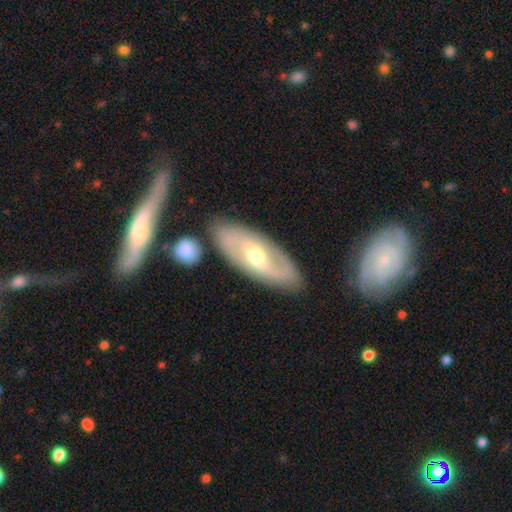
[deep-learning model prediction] Q: Smooth or featured?
A: featured or disk (67%); runner-up: smooth (27%)
Q: Edge-on disk?
A: no (87%); runner-up: yes (13%)
Q: Bar?
A: weak (47%); runner-up: no (30%)
Q: Spiral arms?
A: yes (77%); runner-up: no (23%)
Q: Bulge size?
A: moderate (64%); runner-up: small (30%)
Q: Merging?
A: none (81%); runner-up: minor disturbance (12%)